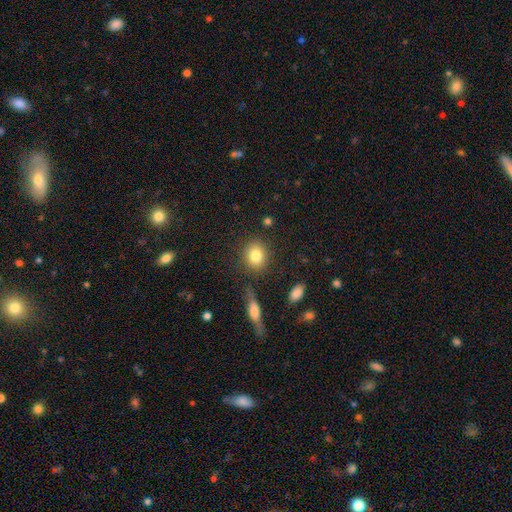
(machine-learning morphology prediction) A smooth galaxy with no disk features (82%) that is round (63%).

Vote fractions:
- Smooth or featured? smooth: 82% / star or artifact: 9% / featured or disk: 9%
- How rounded? round: 63% / in between: 36% / cigar-shaped: 2%
- Merging? none: 83% / minor disturbance: 10% / merger: 4% / major disturbance: 4%